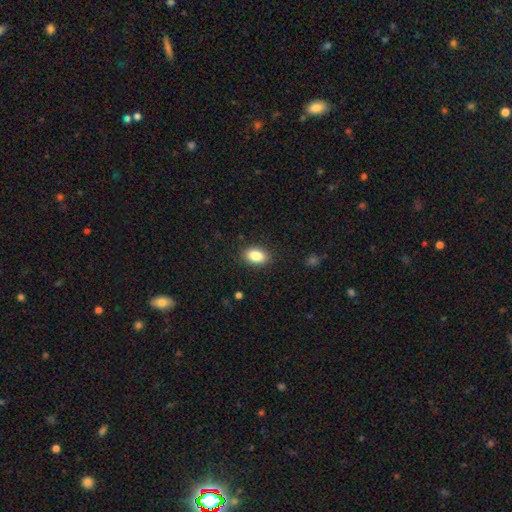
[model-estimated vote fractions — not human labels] Morphology: type=smooth (86%); roundness=in between (88%); merging=none (88%).